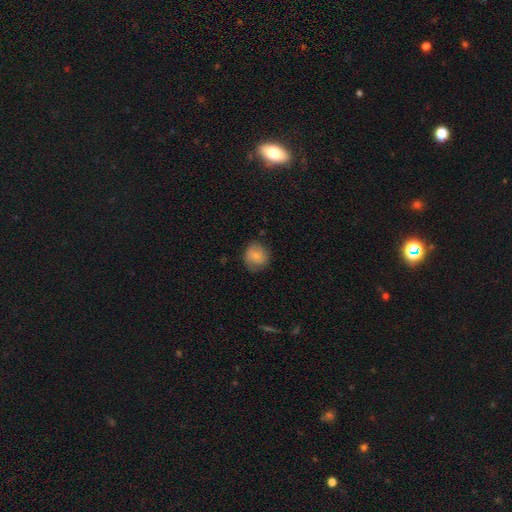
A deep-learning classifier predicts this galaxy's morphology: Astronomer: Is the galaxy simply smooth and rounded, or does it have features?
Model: smooth — 74%.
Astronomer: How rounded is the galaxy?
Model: round — 79%.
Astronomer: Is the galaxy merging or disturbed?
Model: none — 72%.